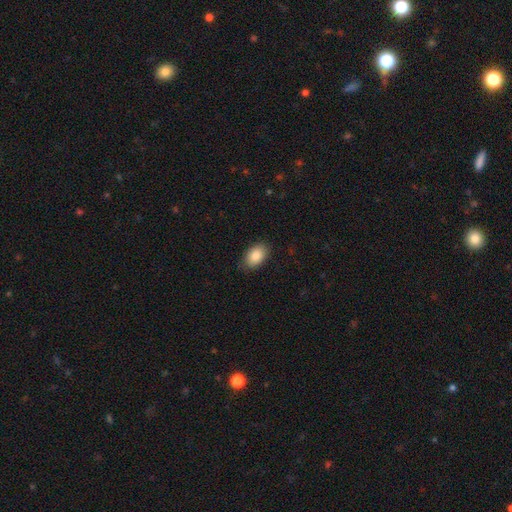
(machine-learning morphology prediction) A smooth galaxy with no disk features (86%) that is in between round and cigar-shaped (90%).

Vote fractions:
- Smooth or featured? smooth: 86% / featured or disk: 7% / star or artifact: 7%
- How rounded? in between: 90% / round: 8% / cigar-shaped: 1%
- Merging? none: 86% / minor disturbance: 11% / major disturbance: 2% / merger: 1%